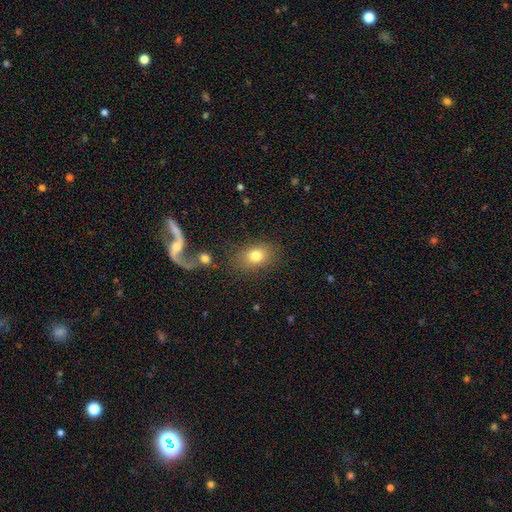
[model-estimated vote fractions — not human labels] Q: Smooth or featured?
A: smooth (79%); runner-up: featured or disk (10%)
Q: How rounded?
A: in between (64%); runner-up: round (34%)
Q: Merging?
A: none (77%); runner-up: minor disturbance (12%)